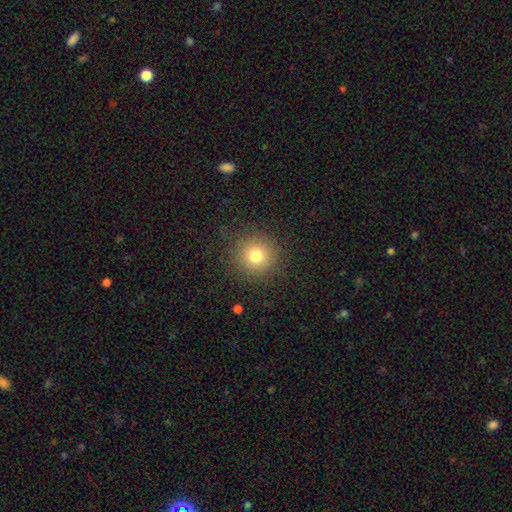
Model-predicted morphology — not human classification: Smooth or featured? Predicted: smooth (p=0.76). How rounded? Predicted: round (p=0.94). Merging? Predicted: none (p=0.88).